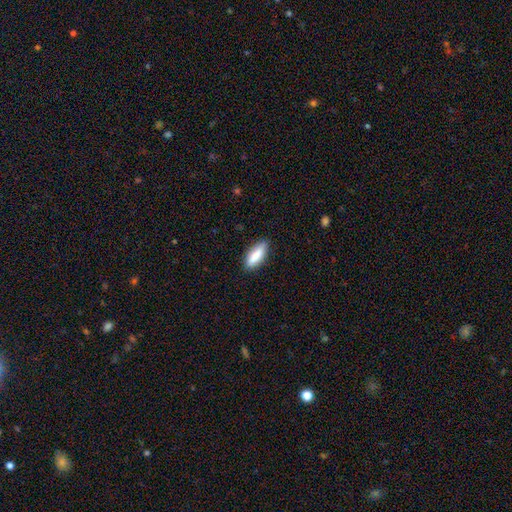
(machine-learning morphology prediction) Smooth or featured? smooth (81%)
How rounded? in between (58%)
Merging? none (85%)